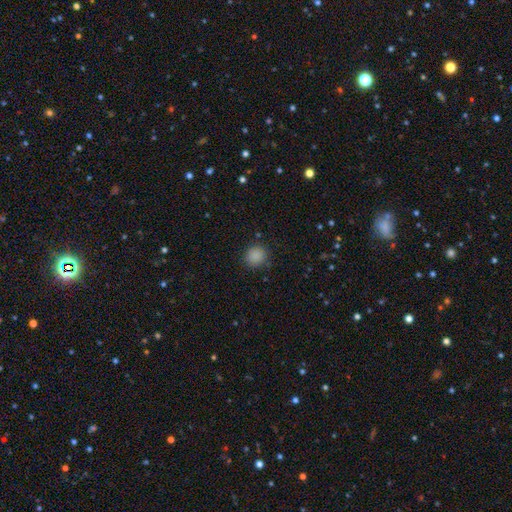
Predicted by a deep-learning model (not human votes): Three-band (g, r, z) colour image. It shows a smooth galaxy with no disk features (86%) that is round (86%). Merging: none (86%).